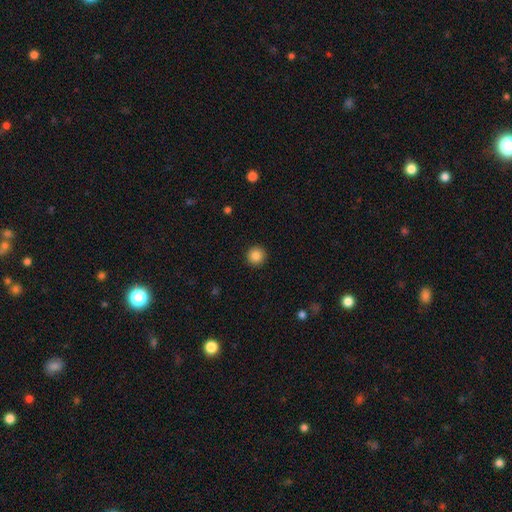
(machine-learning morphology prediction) Overall: smooth (85%). How rounded: round (96%). Merging: none (93%).